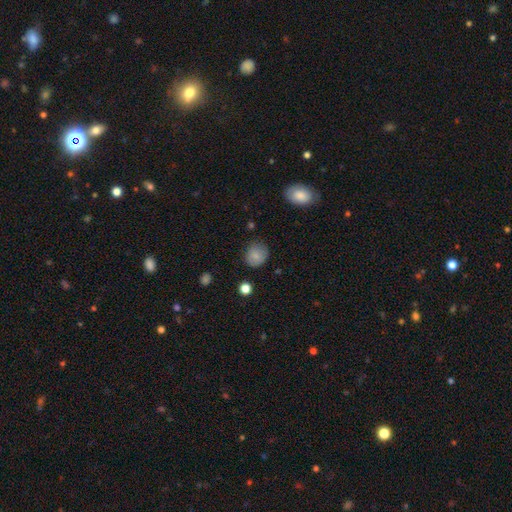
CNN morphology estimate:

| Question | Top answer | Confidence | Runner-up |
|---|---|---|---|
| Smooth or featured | smooth | 83% | star or artifact (10%) |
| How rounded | round | 76% | in between (23%) |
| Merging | none | 75% | minor disturbance (19%) |